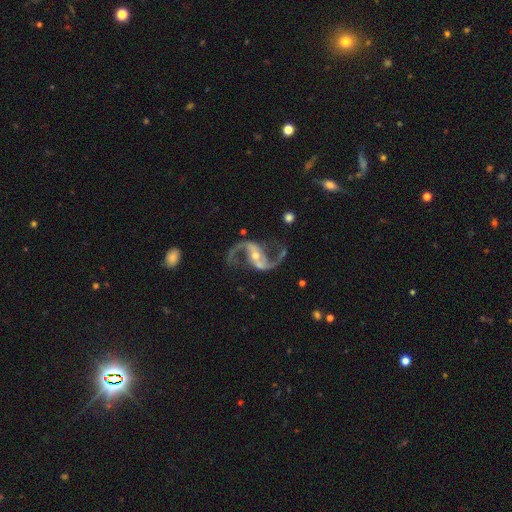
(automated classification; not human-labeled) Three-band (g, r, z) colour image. It shows a featured or disk galaxy (93%) with a strong bar (45%), 2 (95%) loose (67%) spiral arms (98%) and a small central bulge (49%). Merging: none (76%).